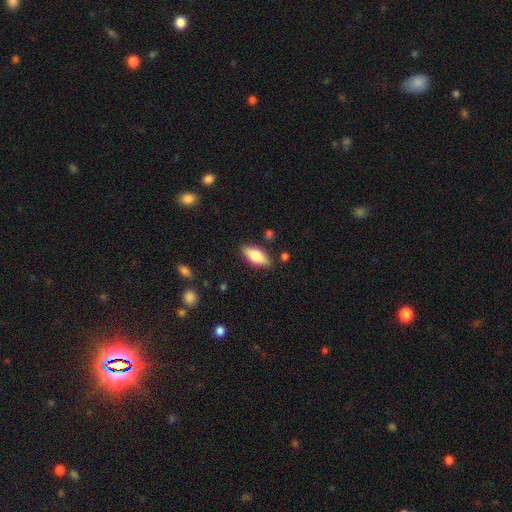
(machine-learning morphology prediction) smooth-or-featured: smooth: 71% | featured or disk: 23% | star or artifact: 7%
  how-rounded: in between: 83% | cigar-shaped: 15% | round: 3%
  merging: none: 85% | minor disturbance: 11% | major disturbance: 2% | merger: 2%